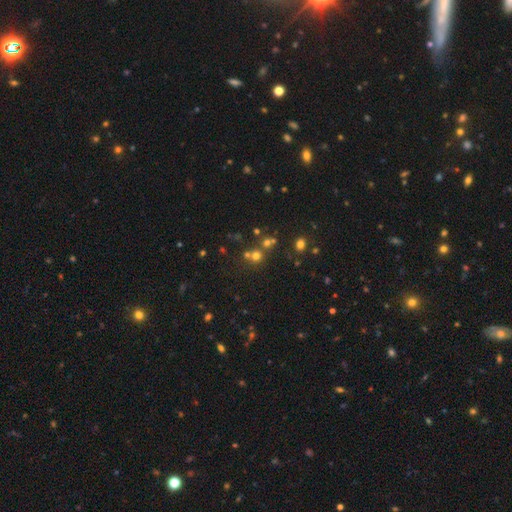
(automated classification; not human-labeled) This appears to be a smooth galaxy with no disk features (59%) that is round (89%). Merging: none (59%).